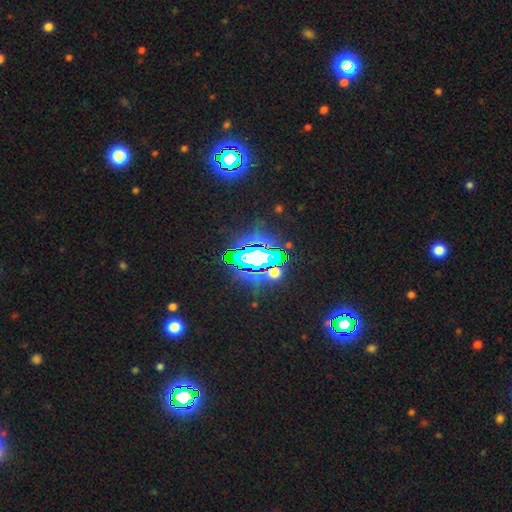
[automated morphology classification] This is likely a star or artifact rather than a galaxy (70%).